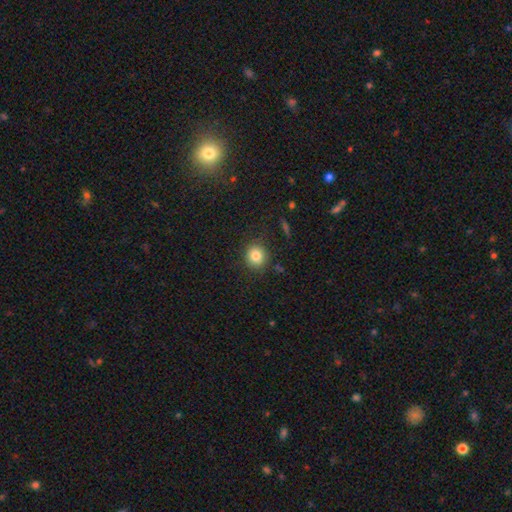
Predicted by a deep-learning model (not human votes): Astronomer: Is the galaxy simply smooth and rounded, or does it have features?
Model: smooth — 83%.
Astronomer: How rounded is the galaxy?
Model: round — 84%.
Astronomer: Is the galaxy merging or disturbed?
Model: none — 86%.